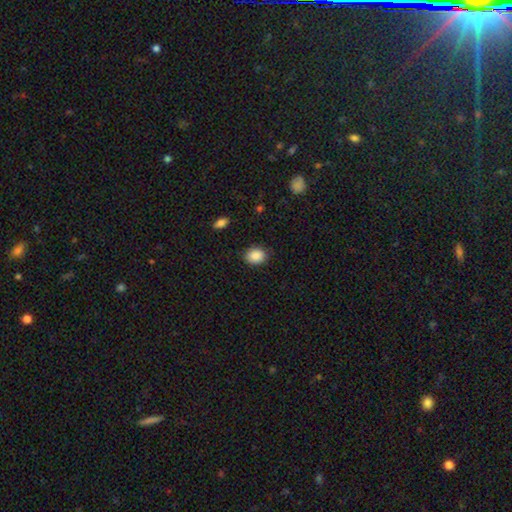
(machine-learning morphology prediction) Overall: smooth (88%). How rounded: in between (53%; round 46%). Merging: none (86%).